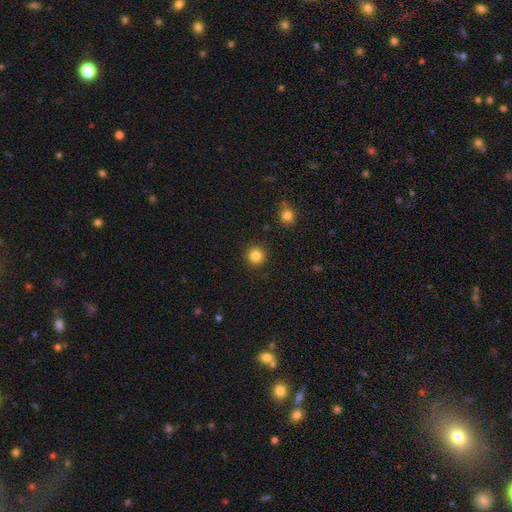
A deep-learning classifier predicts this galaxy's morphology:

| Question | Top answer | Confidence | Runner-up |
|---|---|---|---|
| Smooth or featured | smooth | 84% | star or artifact (11%) |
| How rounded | round | 94% | in between (5%) |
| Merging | none | 91% | minor disturbance (5%) |